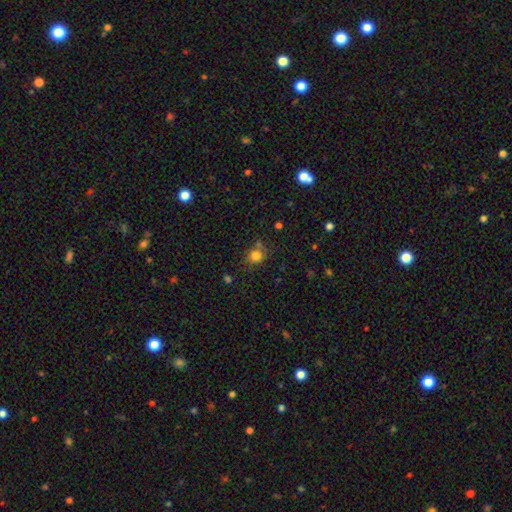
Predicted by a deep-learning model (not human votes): The model was most divided on "merging": none: 67%, minor disturbance: 17%, merger: 11%, major disturbance: 5%. More confident: smooth or featured — smooth (81%); how rounded — round (76%).